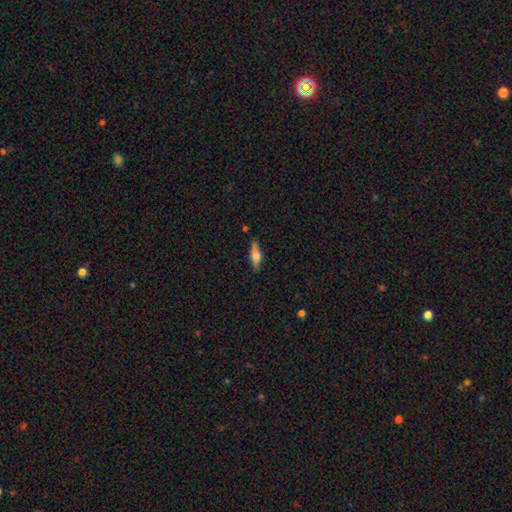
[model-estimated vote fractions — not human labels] This is possibly a smooth galaxy (49%). Merging: likely none (79%).